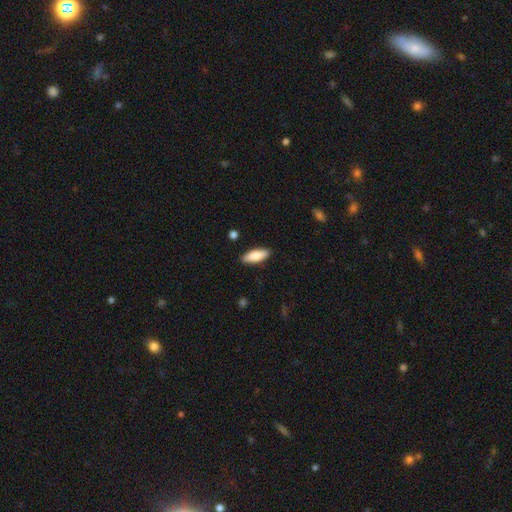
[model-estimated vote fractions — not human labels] Smooth or featured?
  - smooth: 83% *
  - featured or disk: 11%
  - star or artifact: 6%
How rounded?
  - in between: 71% *
  - cigar-shaped: 28%
  - round: 2%
Merging?
  - none: 88% *
  - minor disturbance: 9%
  - major disturbance: 2%
  - merger: 1%